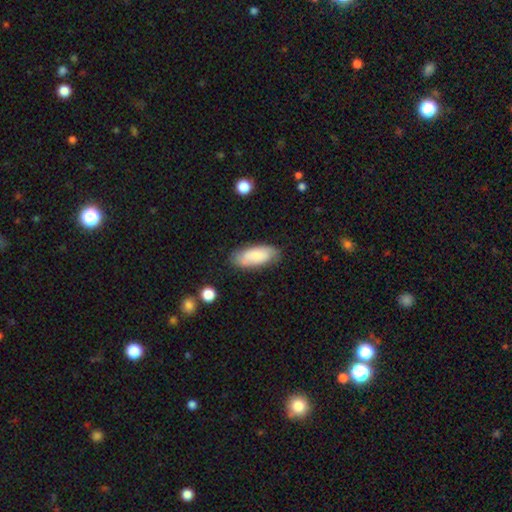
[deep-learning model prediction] Overall: smooth (75%). How rounded: in between (82%). Merging: none (76%).